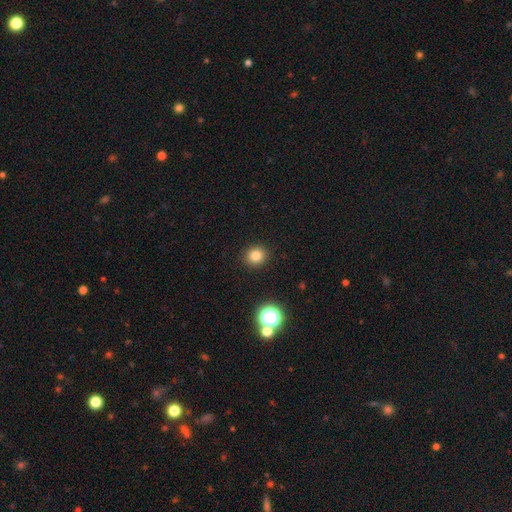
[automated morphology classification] Overall: smooth (79%). How rounded: round (87%). Merging: none (91%).